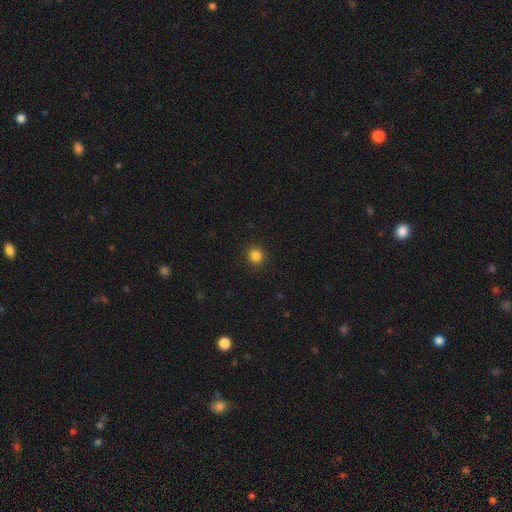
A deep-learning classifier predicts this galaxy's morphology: A smooth galaxy with no disk features (84%) that is round (91%).

Vote fractions:
- Smooth or featured? smooth: 84% / star or artifact: 13% / featured or disk: 4%
- How rounded? round: 91% / in between: 8% / cigar-shaped: 1%
- Merging? none: 91% / minor disturbance: 6% / major disturbance: 2% / merger: 1%